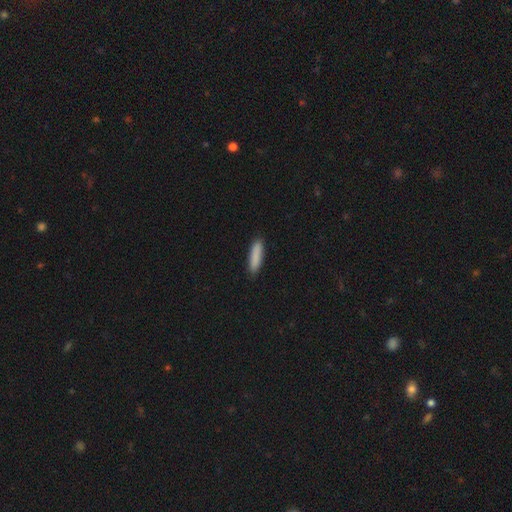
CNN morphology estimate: Smooth or featured? smooth (87%)
How rounded? cigar-shaped (76%)
Merging? none (89%)